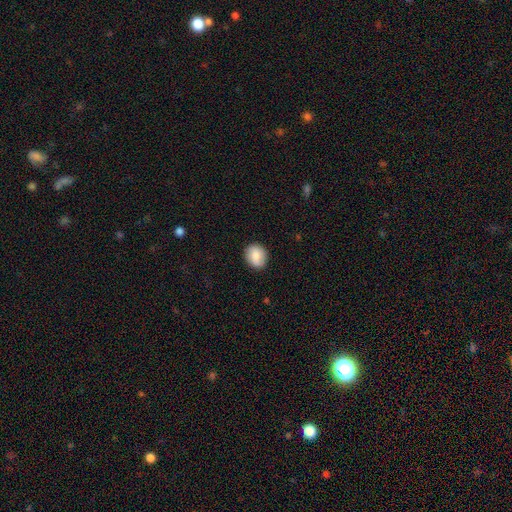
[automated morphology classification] Overall: smooth (83%). How rounded: round (66%; in between 33%). Merging: none (88%).